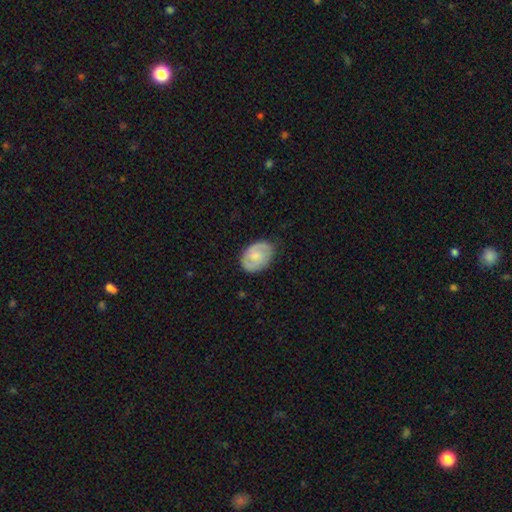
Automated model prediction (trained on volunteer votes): Overall: featured or disk (63%; smooth 31%). Edge-on disk: no (97%). Bar: no (49%; weak 44%). Spiral arms: yes (90%). Spiral arm count: 2 (82%). Spiral winding: medium (47%; tight 40%). Bulge size: small (46%; moderate 34%). Merging: none (80%).